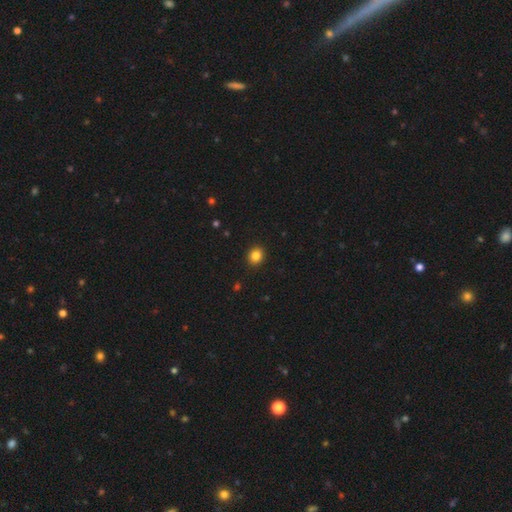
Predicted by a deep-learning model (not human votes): Q: Smooth or featured?
A: smooth (84%); runner-up: star or artifact (11%)
Q: How rounded?
A: round (74%); runner-up: in between (25%)
Q: Merging?
A: none (92%); runner-up: minor disturbance (6%)